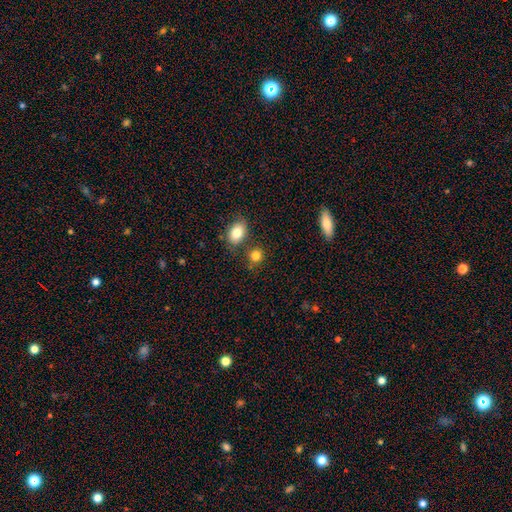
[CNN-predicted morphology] Smooth or featured?
  - smooth: 83% *
  - star or artifact: 11%
  - featured or disk: 7%
How rounded?
  - round: 72% *
  - in between: 26%
  - cigar-shaped: 1%
Merging?
  - none: 72% *
  - merger: 15%
  - minor disturbance: 10%
  - major disturbance: 3%